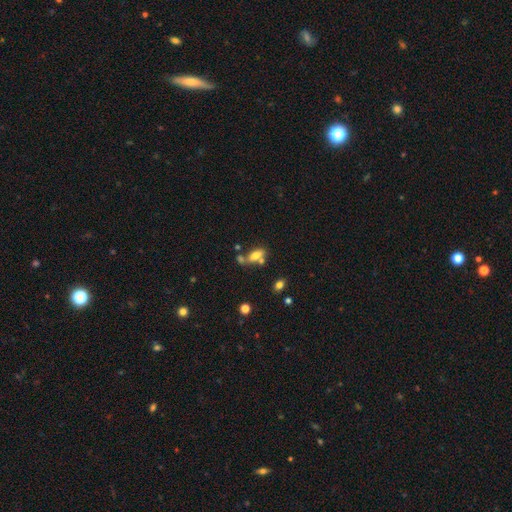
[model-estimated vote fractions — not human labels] Overall: smooth (66%). How rounded: in between (75%). Merging: none (45%; merger 34%).